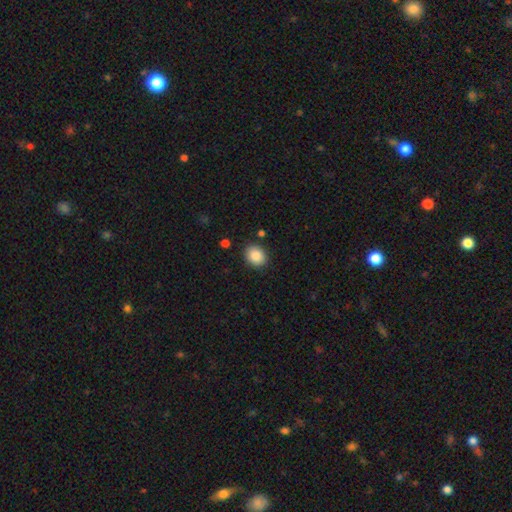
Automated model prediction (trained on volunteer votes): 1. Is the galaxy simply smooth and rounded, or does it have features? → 88% smooth, 8% star or artifact, 4% featured or disk.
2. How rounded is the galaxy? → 51% round, 48% in between, 1% cigar-shaped.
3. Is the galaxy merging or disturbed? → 87% none, 9% minor disturbance, 2% major disturbance, 2% merger.